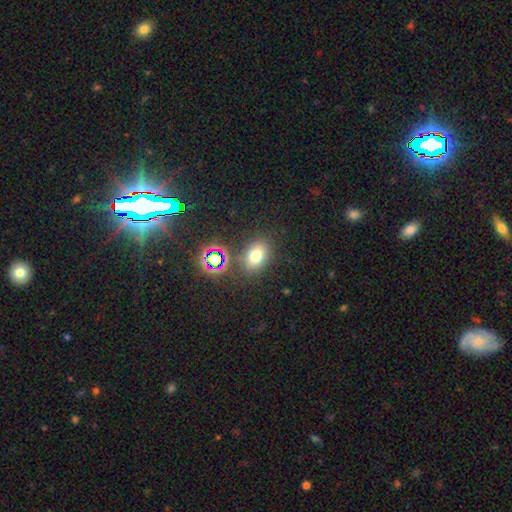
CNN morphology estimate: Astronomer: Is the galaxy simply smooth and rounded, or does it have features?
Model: smooth — 68%.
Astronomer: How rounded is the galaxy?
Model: in between — 67%.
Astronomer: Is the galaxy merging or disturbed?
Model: none — 80%.